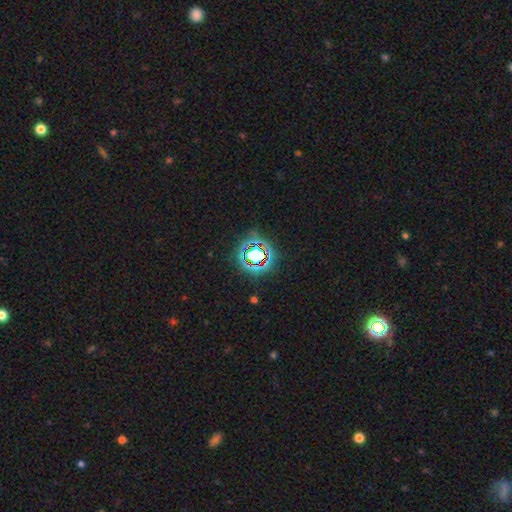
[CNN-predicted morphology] type=star or artifact (69%).